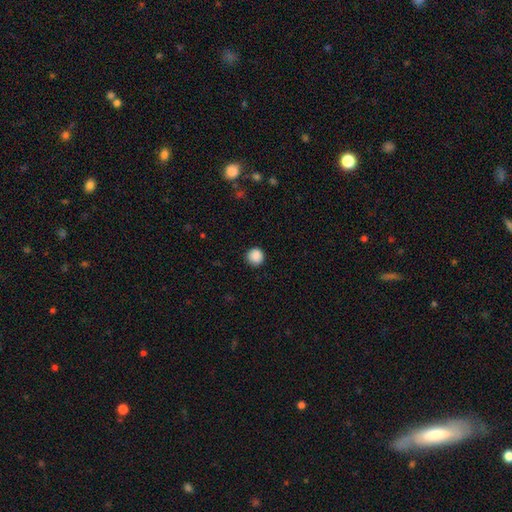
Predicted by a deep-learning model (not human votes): smooth-or-featured: smooth: 88% | star or artifact: 9% | featured or disk: 3%
  how-rounded: round: 95% | in between: 4% | cigar-shaped: 1%
  merging: none: 91% | minor disturbance: 6% | major disturbance: 2% | merger: 1%